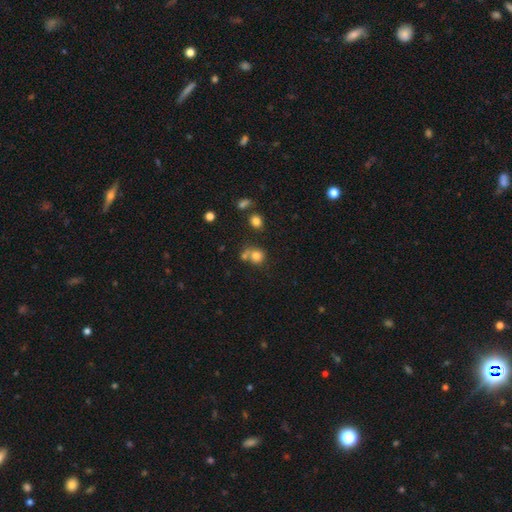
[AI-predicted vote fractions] Smooth or featured?
  - smooth: 77% *
  - star or artifact: 13%
  - featured or disk: 11%
How rounded?
  - round: 78% *
  - in between: 21%
  - cigar-shaped: 1%
Merging?
  - none: 44% *
  - merger: 36%
  - minor disturbance: 12%
  - major disturbance: 8%